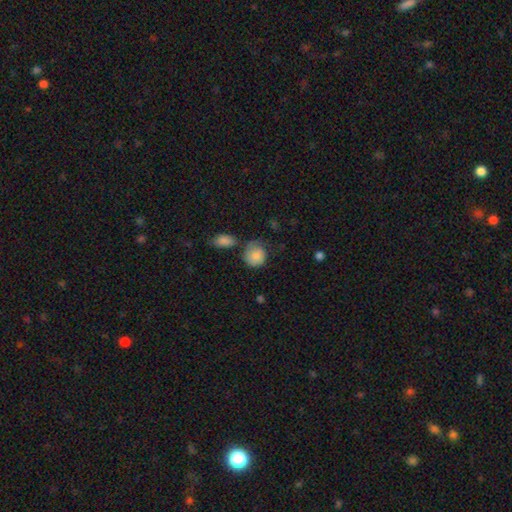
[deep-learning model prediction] This is clearly a smooth galaxy (82%). How rounded: likely round (76%). Merging: possibly none (48%).